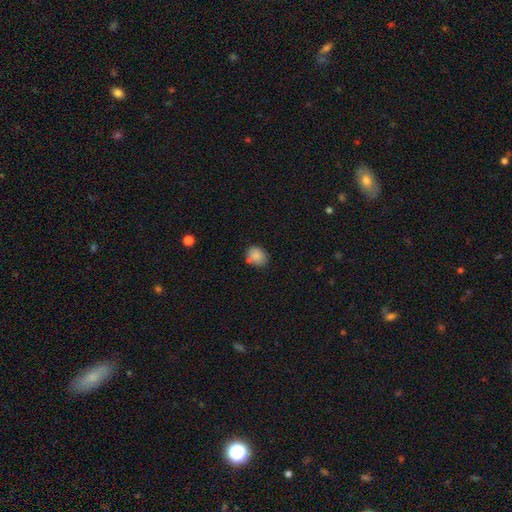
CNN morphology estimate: Q: Smooth or featured?
A: smooth (85%); runner-up: star or artifact (9%)
Q: How rounded?
A: in between (53%); runner-up: round (46%)
Q: Merging?
A: none (70%); runner-up: minor disturbance (17%)